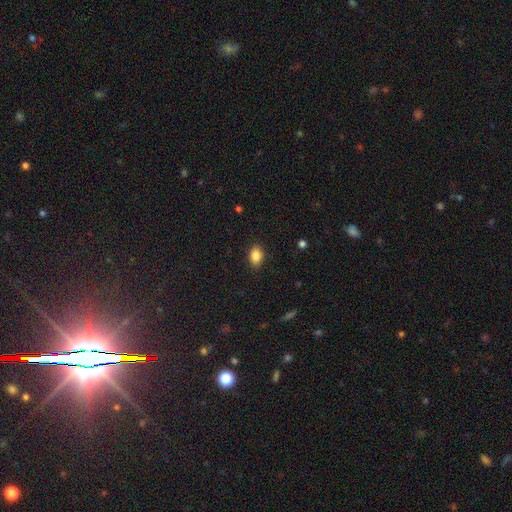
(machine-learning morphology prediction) Smooth or featured? Predicted: smooth (p=0.86). How rounded? Predicted: in between (p=0.83). Merging? Predicted: none (p=0.88).